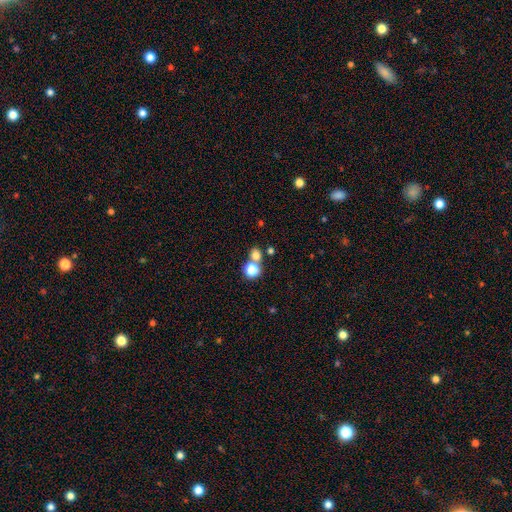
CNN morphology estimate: This appears to be a smooth galaxy with no disk features (75%) that is round (74%). Merging: none (52%).